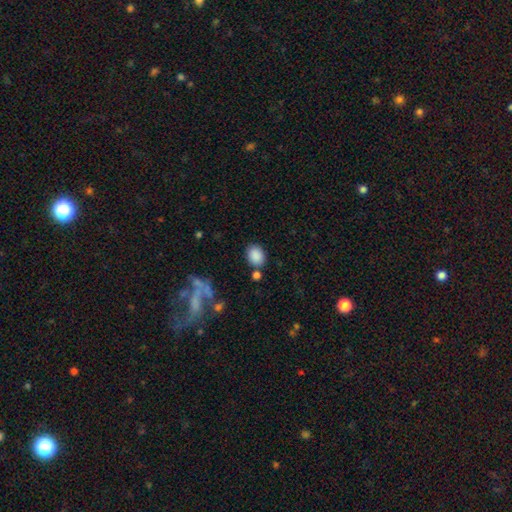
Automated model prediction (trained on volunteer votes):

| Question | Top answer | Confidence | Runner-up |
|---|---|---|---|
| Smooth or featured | smooth | 87% | star or artifact (8%) |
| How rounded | in between | 63% | round (36%) |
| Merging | none | 74% | minor disturbance (12%) |